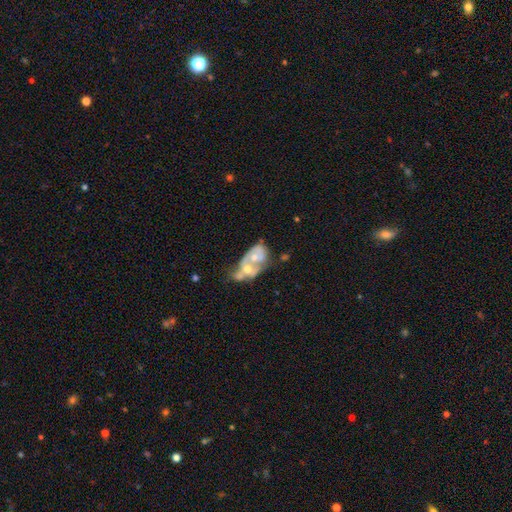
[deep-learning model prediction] featured or disk 62%, smooth 31%, star or artifact 7%. Down the decision tree: edge-on disk — no (96%); bar — no (86%); spiral arms — no (69%); bulge size — moderate (65%); merging — merger (70%).